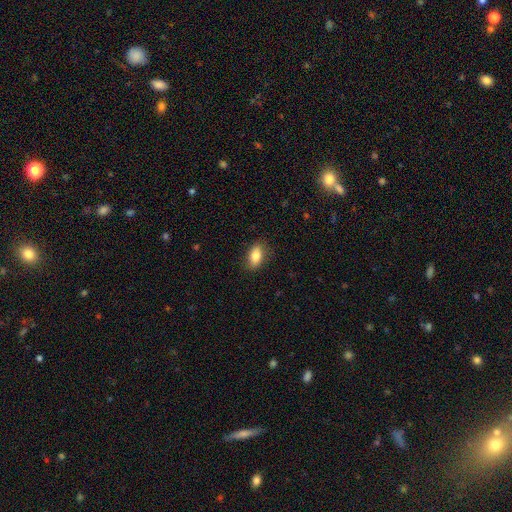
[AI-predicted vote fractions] Smooth or featured: smooth — 83% (featured or disk — 9%)
How rounded: in between — 88% (round — 7%)
Merging: none — 84% (minor disturbance — 13%)